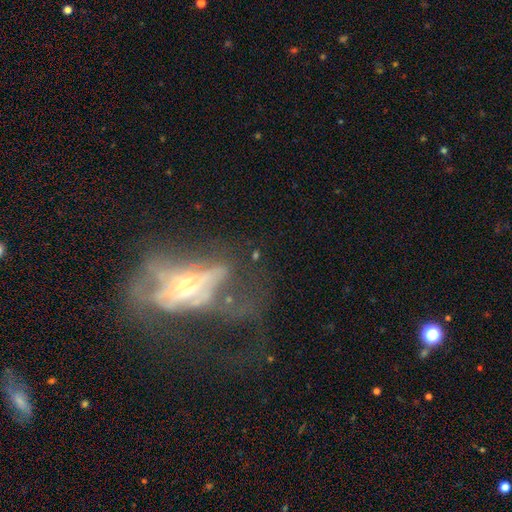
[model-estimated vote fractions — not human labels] featured or disk 49%, smooth 26%, star or artifact 24%. Down the decision tree: merging — none (44%).